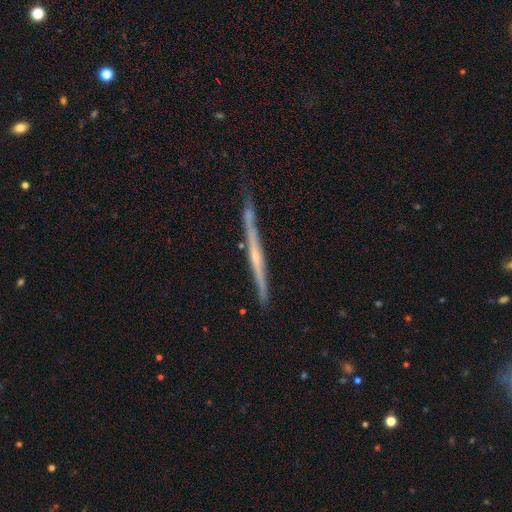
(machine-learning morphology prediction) This appears to be a featured or disk galaxy (75%) viewed edge-on (98%) with no central bulge (49%). Merging: none (83%).